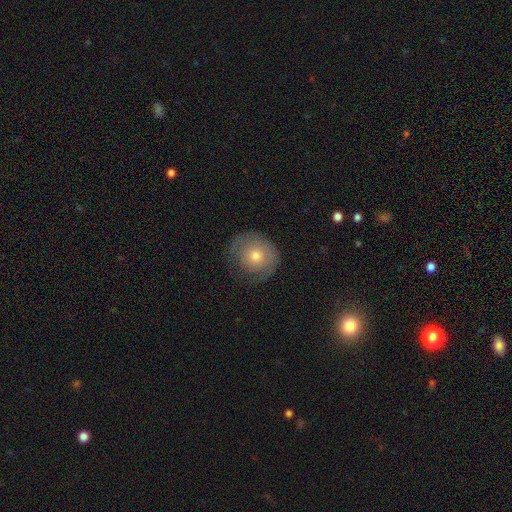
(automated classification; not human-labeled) Overall: smooth (56%; featured or disk 35%). How rounded: round (85%). Merging: none (67%).